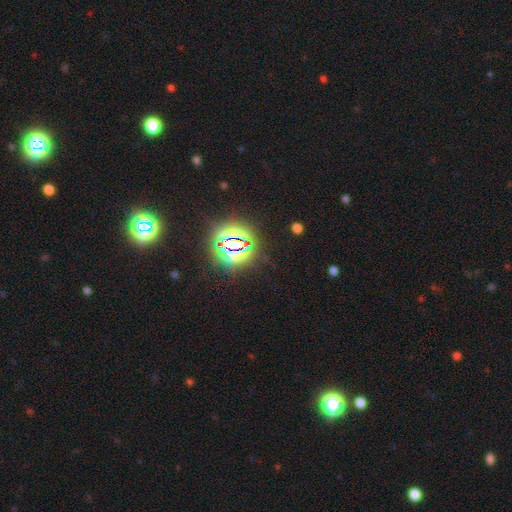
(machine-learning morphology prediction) A star or artifact, not a galaxy (83%).